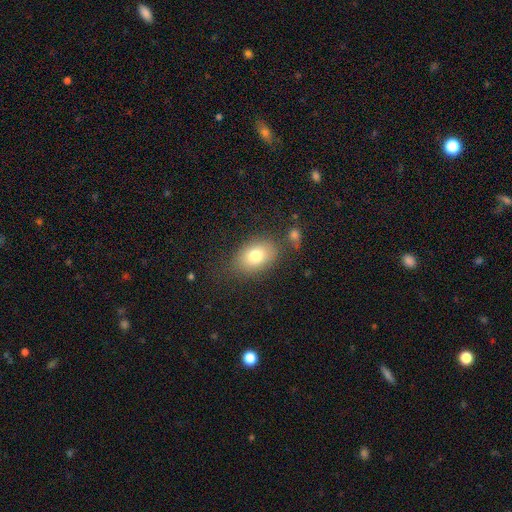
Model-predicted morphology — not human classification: A smooth galaxy with no disk features (77%) that is in between round and cigar-shaped (78%).

Vote fractions:
- Smooth or featured? smooth: 77% / featured or disk: 14% / star or artifact: 9%
- How rounded? in between: 78% / round: 21% / cigar-shaped: 1%
- Merging? none: 74% / minor disturbance: 16% / major disturbance: 6% / merger: 5%